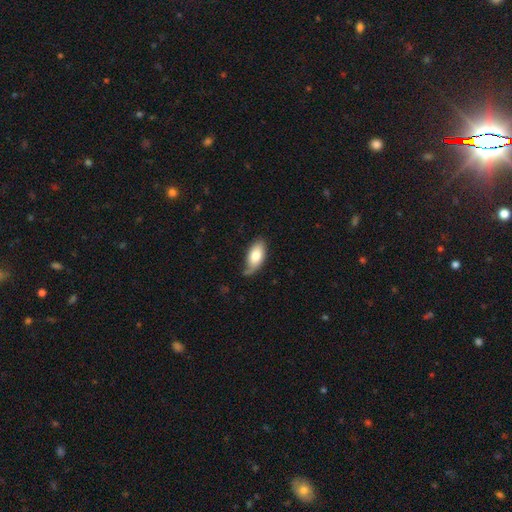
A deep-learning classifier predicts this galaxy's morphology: A smooth galaxy with no disk features (76%) that is in between round and cigar-shaped (92%). Merging: none (57%).